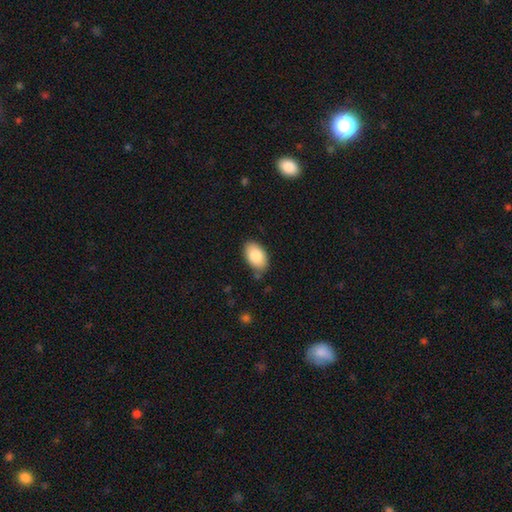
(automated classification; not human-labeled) smooth_or_featured: smooth (p=0.83) [alt: featured or disk p=0.10]
how_rounded: in between (p=0.93) [alt: round p=0.06]
merging: none (p=0.81) [alt: minor disturbance p=0.14]